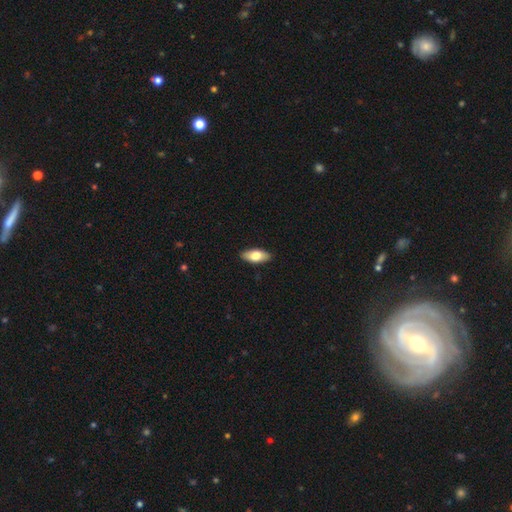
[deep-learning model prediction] Smooth or featured? smooth (76%)
How rounded? in between (86%)
Merging? none (89%)